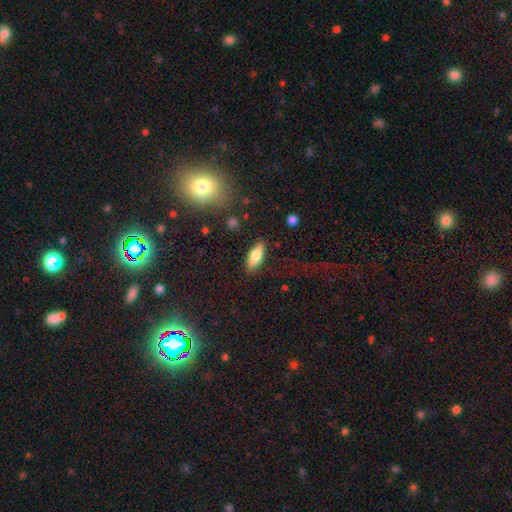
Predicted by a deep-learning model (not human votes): Q: Smooth or featured?
A: smooth (76%); runner-up: featured or disk (17%)
Q: How rounded?
A: in between (71%); runner-up: cigar-shaped (26%)
Q: Merging?
A: none (86%); runner-up: minor disturbance (10%)